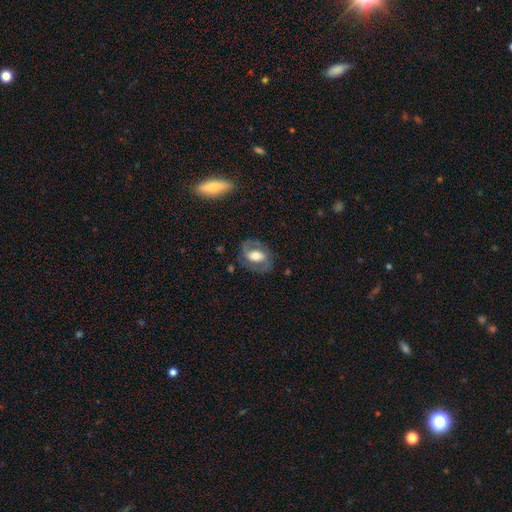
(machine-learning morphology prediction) A featured or disk galaxy (66%) with a weak bar (37%), spiral arms (78%) and a moderate central bulge (55%).

Vote fractions:
- Smooth or featured? featured or disk: 66% / smooth: 27% / star or artifact: 7%
- Edge-on disk? no: 95% / yes: 5%
- Bar? weak: 37% / no: 35% / strong: 28%
- Spiral arms? yes: 78% / no: 22%
- Bulge size? moderate: 55% / large: 28% / small: 12% / dominant: 3% / none: 2%
- Merging? none: 74% / minor disturbance: 15% / major disturbance: 9% / merger: 2%